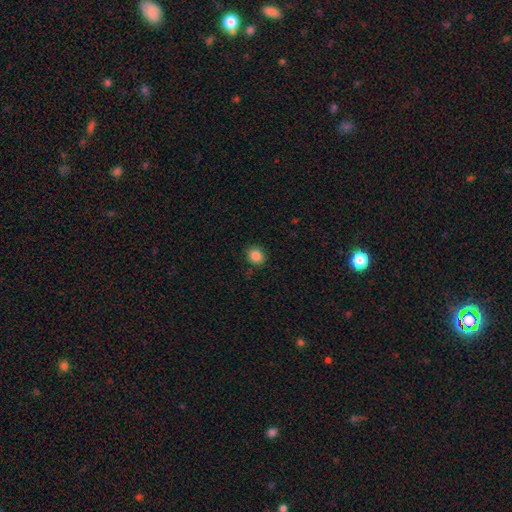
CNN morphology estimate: Smooth or featured: smooth — 87% (star or artifact — 10%)
How rounded: round — 70% (in between — 29%)
Merging: none — 86% (minor disturbance — 10%)